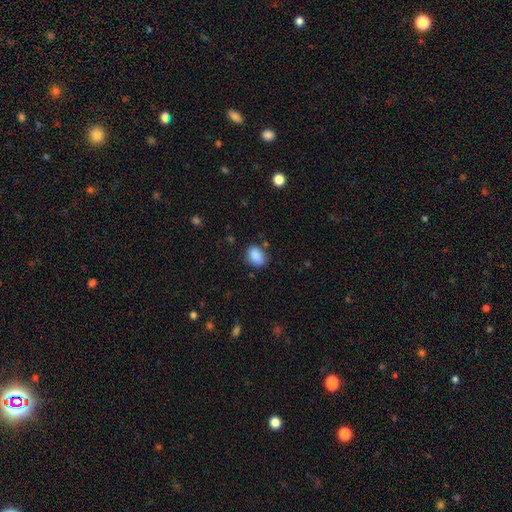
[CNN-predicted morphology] A smooth galaxy with no disk features (88%) that is in between round and cigar-shaped (74%).

Vote fractions:
- Smooth or featured? smooth: 88% / star or artifact: 8% / featured or disk: 4%
- How rounded? in between: 74% / round: 25% / cigar-shaped: 1%
- Merging? none: 77% / minor disturbance: 16% / major disturbance: 4% / merger: 3%